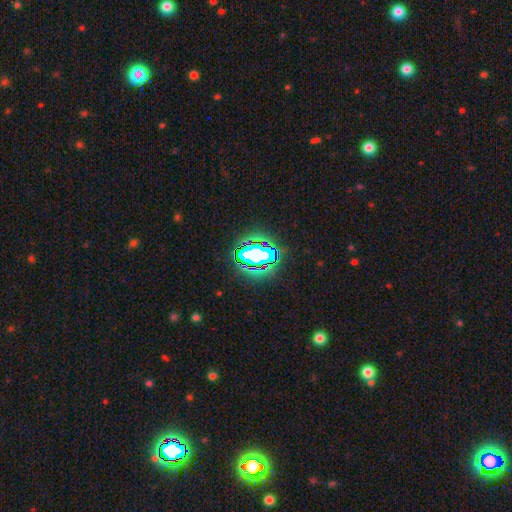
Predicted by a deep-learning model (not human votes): Smooth or featured? star or artifact (59%)